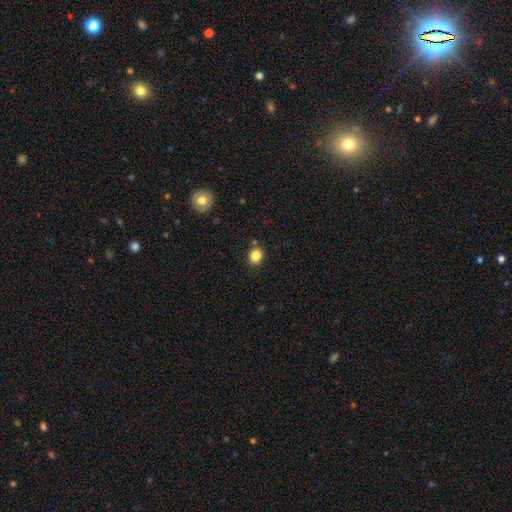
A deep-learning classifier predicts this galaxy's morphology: This appears to be a smooth galaxy with no disk features (84%) that is round (67%). Merging: none (82%).